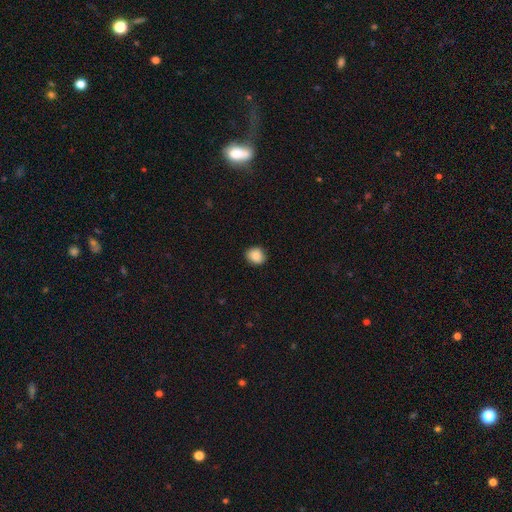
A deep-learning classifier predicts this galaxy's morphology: A smooth galaxy with no disk features (87%) that is round (70%). Merging: none (86%).